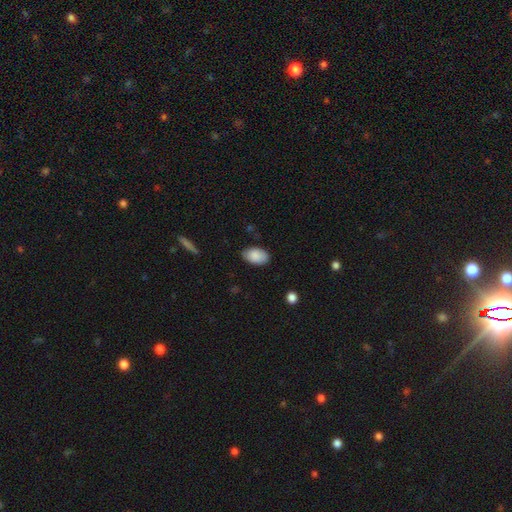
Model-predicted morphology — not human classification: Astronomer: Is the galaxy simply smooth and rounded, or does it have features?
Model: smooth — 87%.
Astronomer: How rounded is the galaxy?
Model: in between — 93%.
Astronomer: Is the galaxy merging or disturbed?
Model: none — 83%.